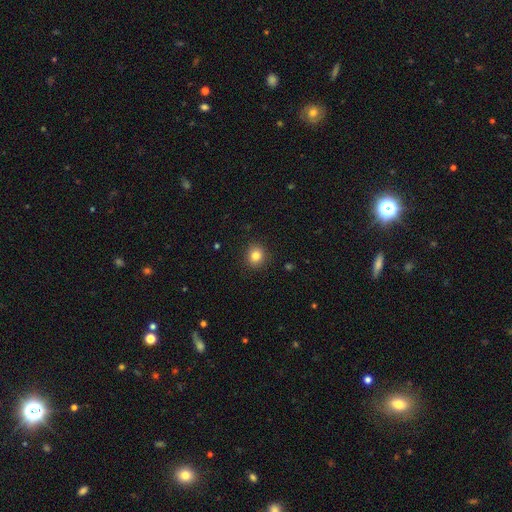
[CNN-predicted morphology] A smooth galaxy with no disk features (82%) that is round (85%).

Vote fractions:
- Smooth or featured? smooth: 82% / star or artifact: 11% / featured or disk: 6%
- How rounded? round: 85% / in between: 14% / cigar-shaped: 1%
- Merging? none: 91% / minor disturbance: 6% / major disturbance: 2% / merger: 1%